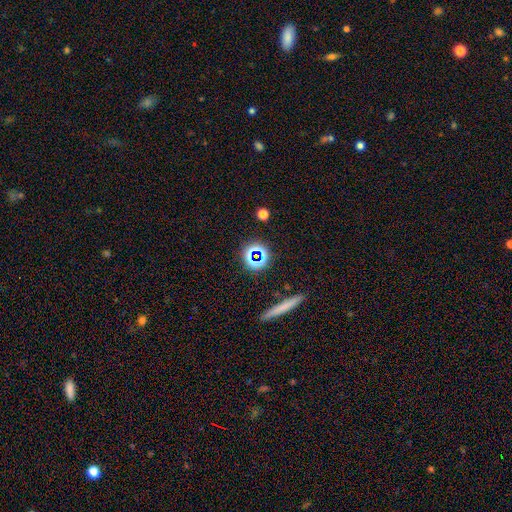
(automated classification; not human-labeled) A star or artifact, not a galaxy (52%).

Vote fractions:
- Smooth or featured? star or artifact: 52% / smooth: 37% / featured or disk: 11%